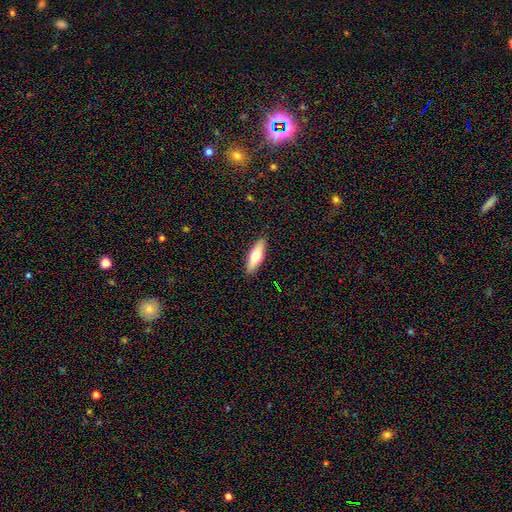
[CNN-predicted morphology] smooth_or_featured: smooth (p=0.67) [alt: featured or disk p=0.27]
how_rounded: in between (p=0.54) [alt: cigar-shaped p=0.44]
merging: none (p=0.90) [alt: minor disturbance p=0.08]